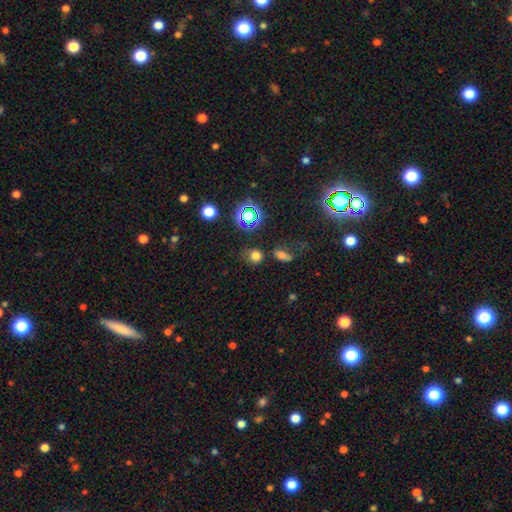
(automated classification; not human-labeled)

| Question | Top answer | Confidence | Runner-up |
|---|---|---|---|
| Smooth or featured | smooth | 70% | star or artifact (24%) |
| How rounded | round | 80% | in between (19%) |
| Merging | none | 71% | minor disturbance (15%) |